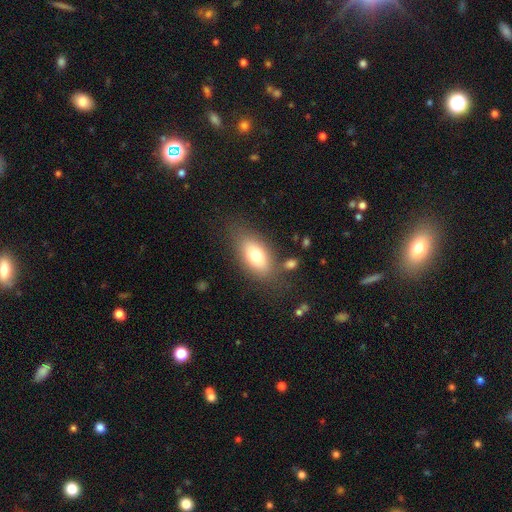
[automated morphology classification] Smooth or featured: smooth — 73% (featured or disk — 19%)
How rounded: in between — 86% (cigar-shaped — 7%)
Merging: none — 73% (minor disturbance — 15%)